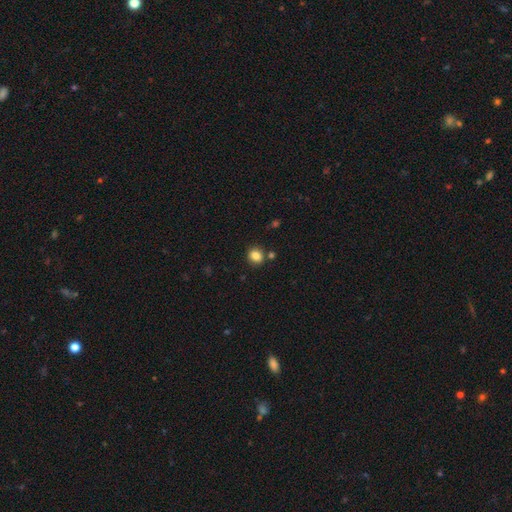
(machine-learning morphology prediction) The model was most divided on "how rounded": round: 71%, in between: 28%, cigar-shaped: 1%. More confident: smooth or featured — smooth (85%); merging — none (80%).